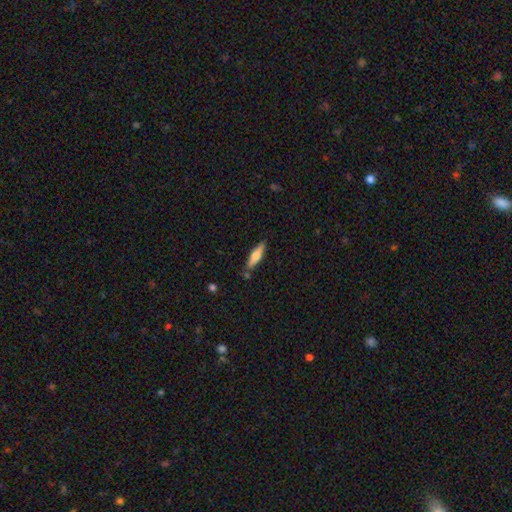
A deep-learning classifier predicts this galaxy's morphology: smooth-or-featured: smooth: 57% | featured or disk: 37% | star or artifact: 6%
  how-rounded: cigar-shaped: 70% | in between: 29% | round: 2%
  merging: none: 80% | minor disturbance: 13% | merger: 4% | major disturbance: 3%